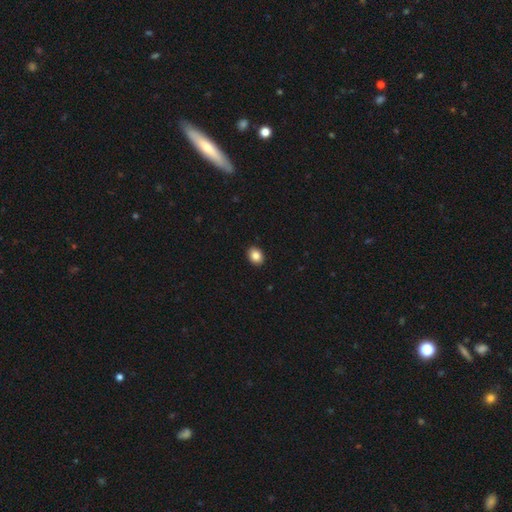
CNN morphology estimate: smooth-or-featured: smooth: 86% | star or artifact: 9% | featured or disk: 5%
  how-rounded: in between: 63% | round: 36% | cigar-shaped: 1%
  merging: none: 91% | minor disturbance: 6% | major disturbance: 2% | merger: 1%